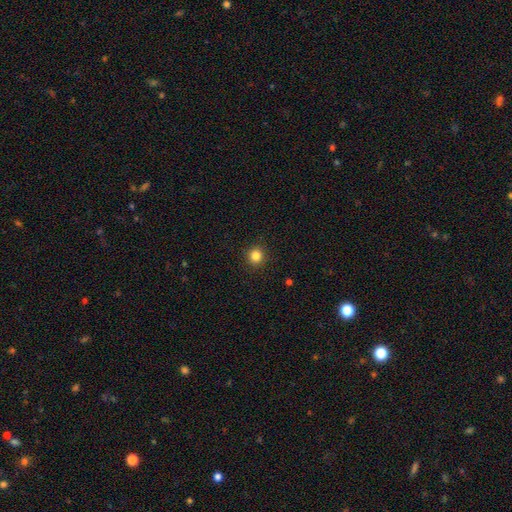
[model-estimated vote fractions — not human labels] The model was most divided on "smooth or featured": smooth: 83%, star or artifact: 12%, featured or disk: 5%. More confident: how rounded — round (92%); merging — none (92%).